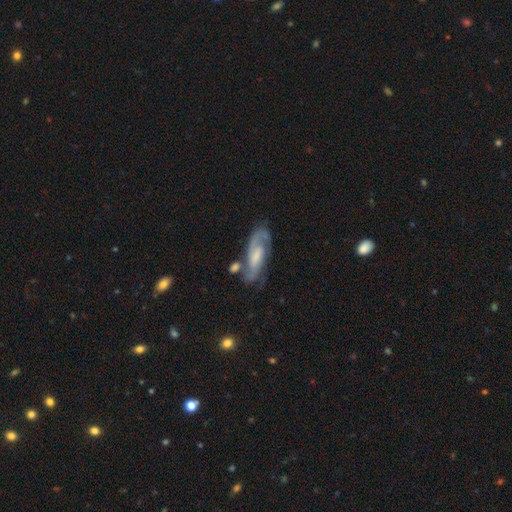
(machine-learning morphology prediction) smooth-or-featured: featured or disk: 76% | smooth: 18% | star or artifact: 6%
  disk-edge-on: no: 89% | yes: 11%
    bar: weak: 43% | no: 42% | strong: 16%
    has-spiral-arms: yes: 93% | no: 7%
      spiral-winding: medium: 47% | tight: 37% | loose: 16%
      spiral-arm-count: 2: 71% | can't tell: 15% | 1: 6% | 3: 5% | 4: 2% | more than 4: 1%
    bulge-size: small: 38% | moderate: 34% | none: 18% | large: 9% | dominant: 2%
  merging: none: 62% | minor disturbance: 20% | major disturbance: 9% | merger: 8%